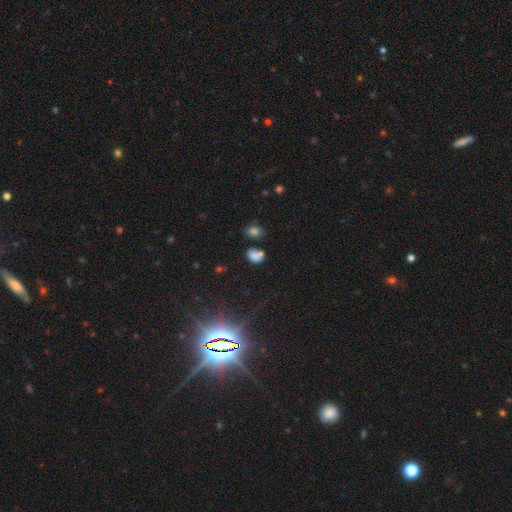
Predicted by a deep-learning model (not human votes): smooth_or_featured: smooth (p=0.73) [alt: star or artifact p=0.18]
how_rounded: in between (p=0.66) [alt: round p=0.32]
merging: none (p=0.49) [alt: merger p=0.26]